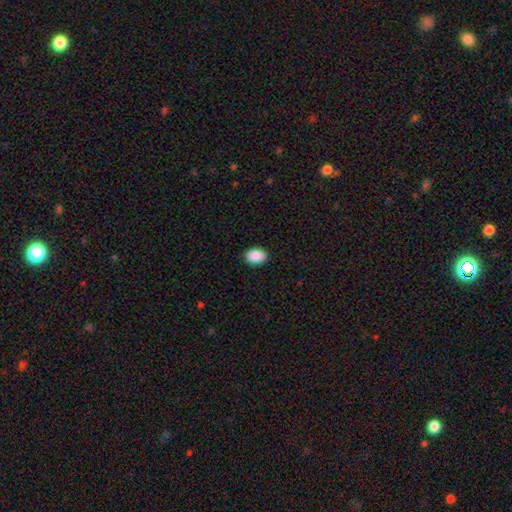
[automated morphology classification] Q: Smooth or featured?
A: smooth (90%); runner-up: star or artifact (7%)
Q: How rounded?
A: in between (82%); runner-up: round (17%)
Q: Merging?
A: none (90%); runner-up: minor disturbance (7%)